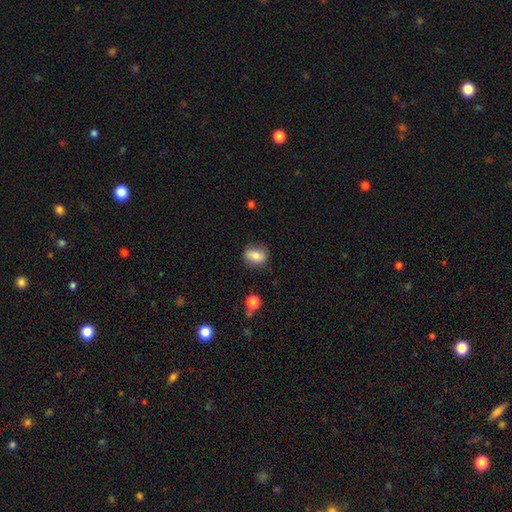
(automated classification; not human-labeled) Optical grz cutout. It shows a smooth galaxy with no disk features (76%) that is in between round and cigar-shaped (67%). Merging: none (78%).